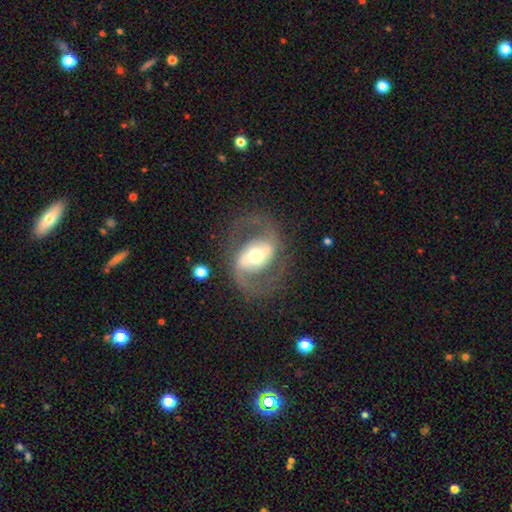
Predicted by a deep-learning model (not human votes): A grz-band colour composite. It shows a featured or disk galaxy (84%) with a strong bar (44%), 2 (90%) medium (54%) spiral arms (85%) and a moderate central bulge (65%). Merging: none (75%).